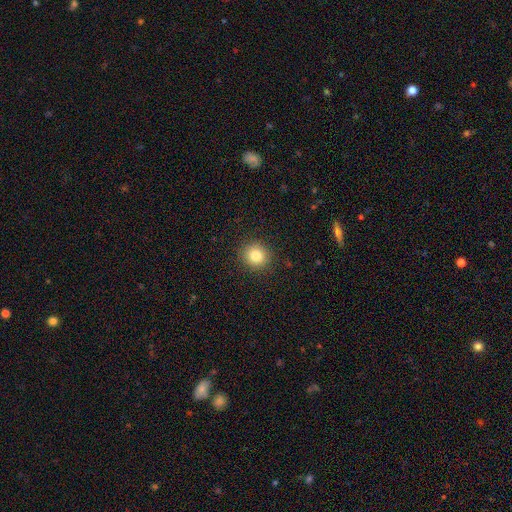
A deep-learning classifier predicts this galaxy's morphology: A smooth galaxy with no disk features (82%) that is round (91%).

Vote fractions:
- Smooth or featured? smooth: 82% / star or artifact: 11% / featured or disk: 7%
- How rounded? round: 91% / in between: 9% / cigar-shaped: 1%
- Merging? none: 91% / minor disturbance: 6% / major disturbance: 2% / merger: 1%